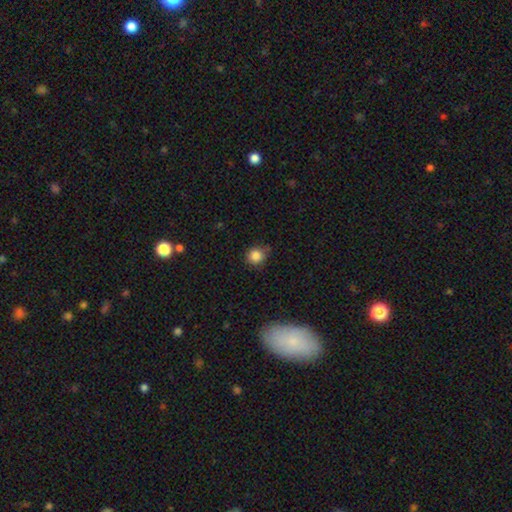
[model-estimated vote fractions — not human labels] smooth_or_featured: smooth (p=0.85) [alt: star or artifact p=0.11]
how_rounded: round (p=0.87) [alt: in between p=0.12]
merging: none (p=0.76) [alt: minor disturbance p=0.18]